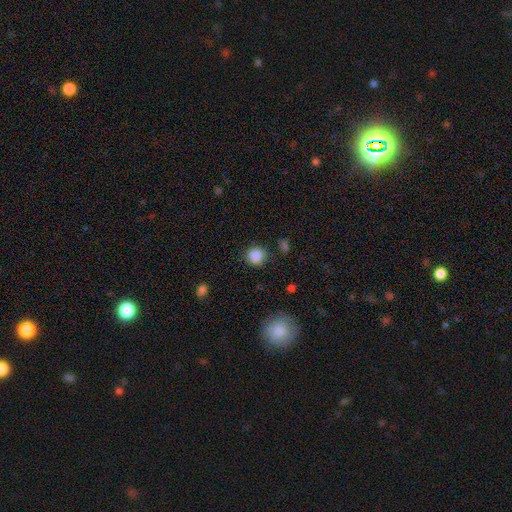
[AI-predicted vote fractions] Morphology: type=smooth (87%); roundness=round (87%); merging=none (82%).